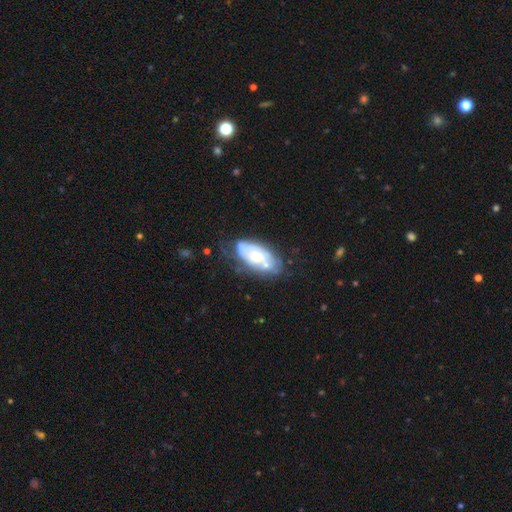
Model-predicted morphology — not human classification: featured or disk 57%, smooth 36%, star or artifact 7%. Down the decision tree: edge-on disk — no (92%); bar — no (79%); spiral arms — yes (52%); bulge size — moderate (51%); merging — none (50%).